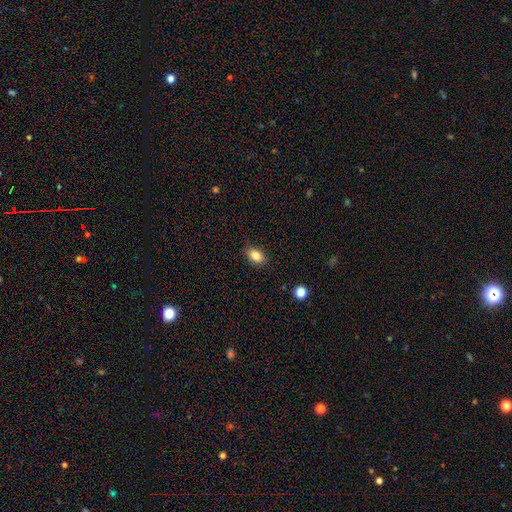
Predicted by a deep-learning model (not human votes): Smooth or featured: smooth — 84% (star or artifact — 9%)
How rounded: in between — 84% (round — 14%)
Merging: none — 86% (minor disturbance — 10%)